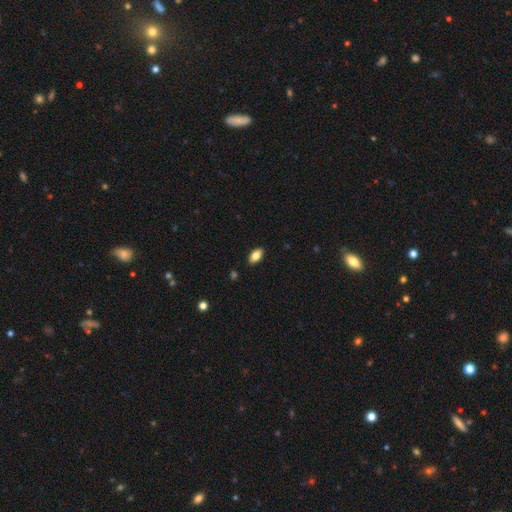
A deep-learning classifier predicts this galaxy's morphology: Smooth or featured: smooth — 79% (featured or disk — 14%)
How rounded: in between — 91% (cigar-shaped — 5%)
Merging: none — 89% (minor disturbance — 8%)